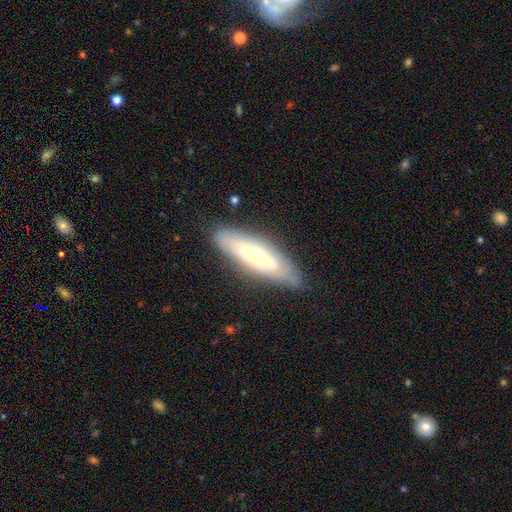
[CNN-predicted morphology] Smooth or featured: featured or disk — 50% (smooth — 44%)
Merging: none — 78% (minor disturbance — 17%)